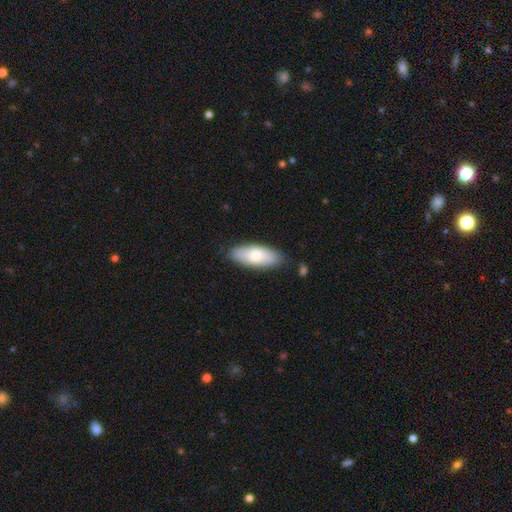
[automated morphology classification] Smooth or featured: smooth — 73% (featured or disk — 21%)
How rounded: in between — 79% (cigar-shaped — 18%)
Merging: none — 83% (minor disturbance — 13%)